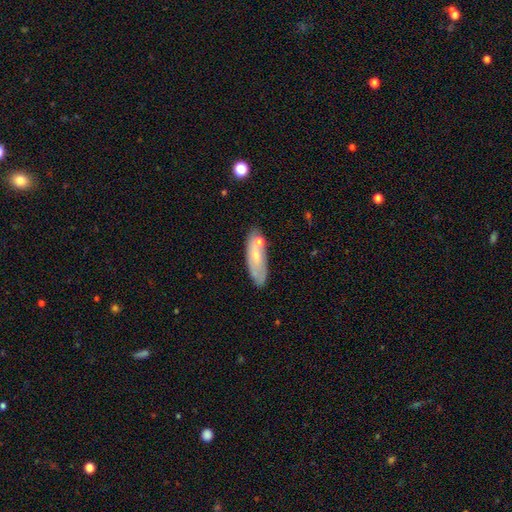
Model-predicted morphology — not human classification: Overall: smooth (54%; featured or disk 39%). How rounded: in between (56%; cigar-shaped 41%). Merging: none (66%).